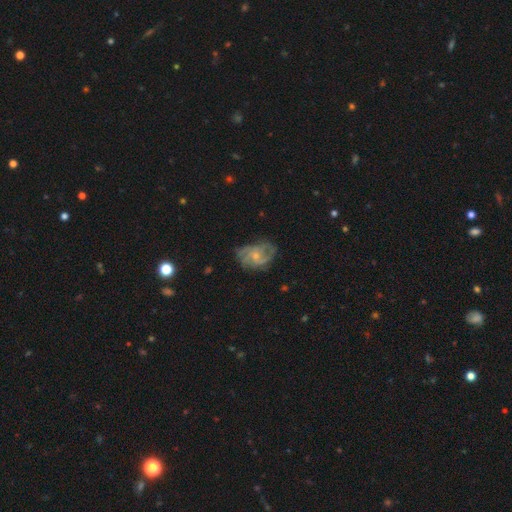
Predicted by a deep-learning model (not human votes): Overall: featured or disk (78%). Edge-on disk: no (97%). Bar: no (69%). Spiral arms: yes (91%). Spiral arm count: can't tell (27%; 3 26%). Spiral winding: medium (46%; tight 35%). Bulge size: small (64%; moderate 29%). Merging: none (66%).